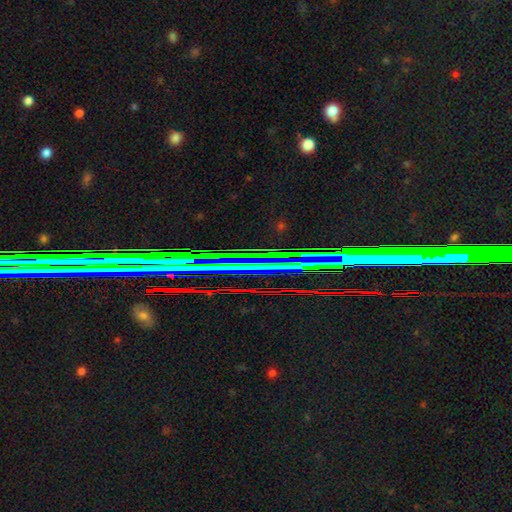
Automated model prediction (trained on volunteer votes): smooth_or_featured: star or artifact (p=0.83) [alt: featured or disk p=0.09]